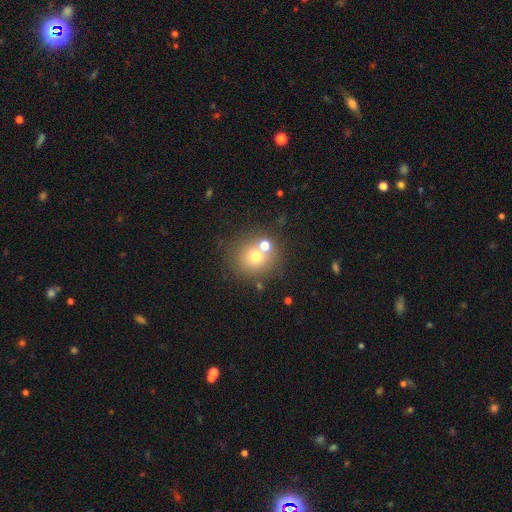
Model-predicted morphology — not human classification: smooth 68%, featured or disk 16%, star or artifact 16%. Down the decision tree: how rounded — round (87%); merging — none (60%).